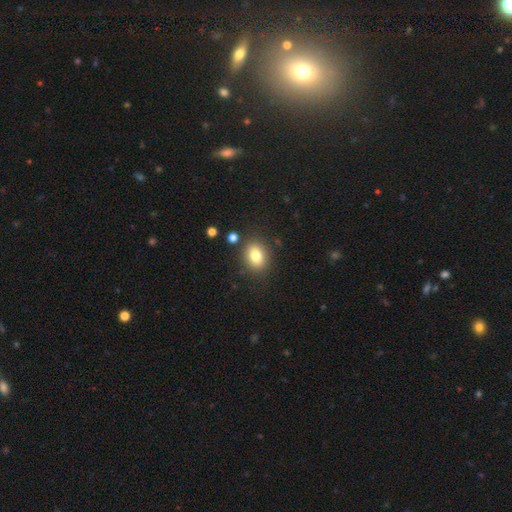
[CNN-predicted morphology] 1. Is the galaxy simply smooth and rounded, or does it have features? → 81% smooth, 10% star or artifact, 9% featured or disk.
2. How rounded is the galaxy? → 64% in between, 35% round, 1% cigar-shaped.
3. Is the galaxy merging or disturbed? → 84% none, 10% minor disturbance, 3% merger, 3% major disturbance.